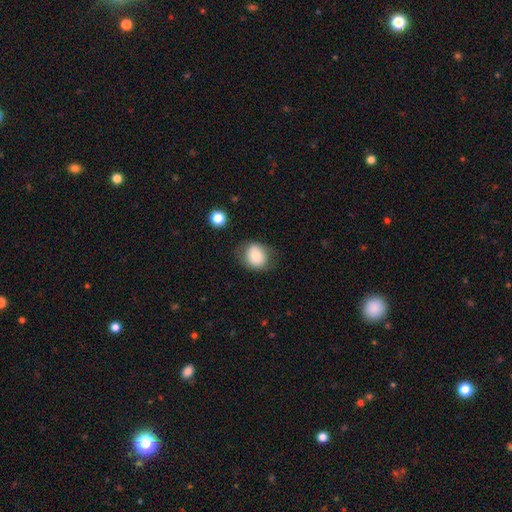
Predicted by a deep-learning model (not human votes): Smooth or featured? smooth (78%)
How rounded? round (65%)
Merging? none (71%)